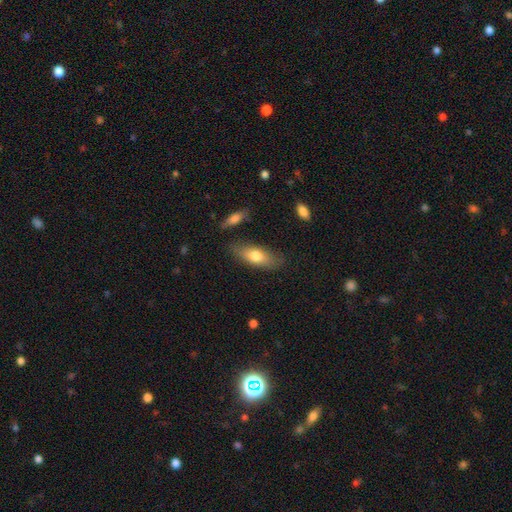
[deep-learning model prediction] smooth_or_featured: smooth (p=0.72) [alt: featured or disk p=0.22]
how_rounded: in between (p=0.72) [alt: cigar-shaped p=0.25]
merging: none (p=0.79) [alt: minor disturbance p=0.15]